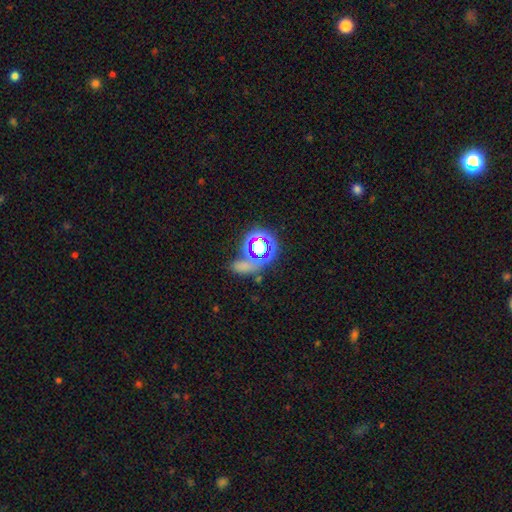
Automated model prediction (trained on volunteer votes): This appears to be a star or artifact, not a galaxy (61%).